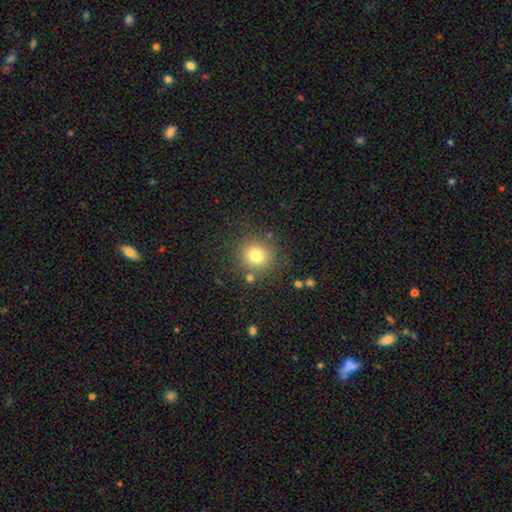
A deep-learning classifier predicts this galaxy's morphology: Smooth or featured? Predicted: smooth (p=0.76). How rounded? Predicted: round (p=0.92). Merging? Predicted: none (p=0.82).